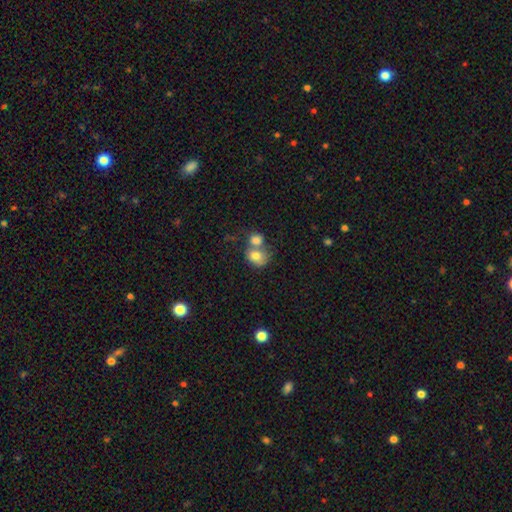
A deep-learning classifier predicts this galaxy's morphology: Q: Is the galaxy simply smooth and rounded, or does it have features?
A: smooth — 76%.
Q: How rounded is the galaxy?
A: round — 58%.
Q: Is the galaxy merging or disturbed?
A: merger — 60%.